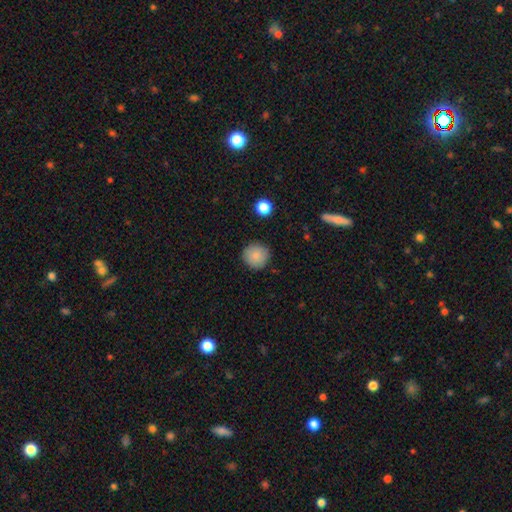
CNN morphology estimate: A smooth galaxy with no disk features (86%) that is round (94%). Merging: none (89%).